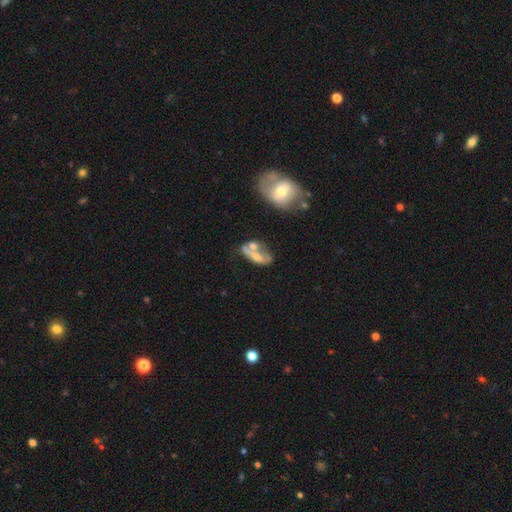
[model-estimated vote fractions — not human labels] smooth_or_featured: featured or disk (p=0.48) [alt: smooth p=0.40]
merging: none (p=0.34) [tied with: merger p=0.34]